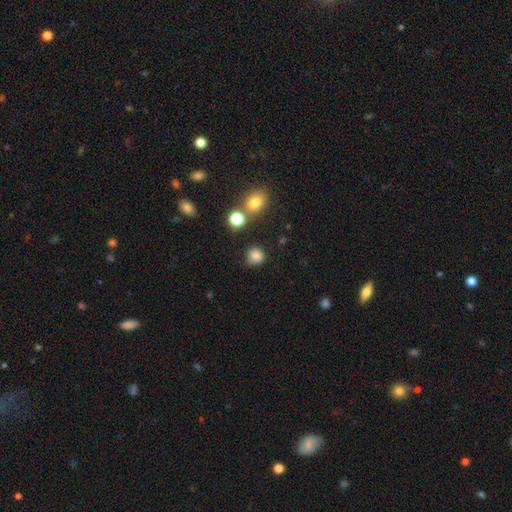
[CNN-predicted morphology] smooth-or-featured: smooth: 81% | star or artifact: 13% | featured or disk: 5%
  how-rounded: round: 80% | in between: 19% | cigar-shaped: 1%
  merging: none: 72% | minor disturbance: 18% | major disturbance: 5% | merger: 5%